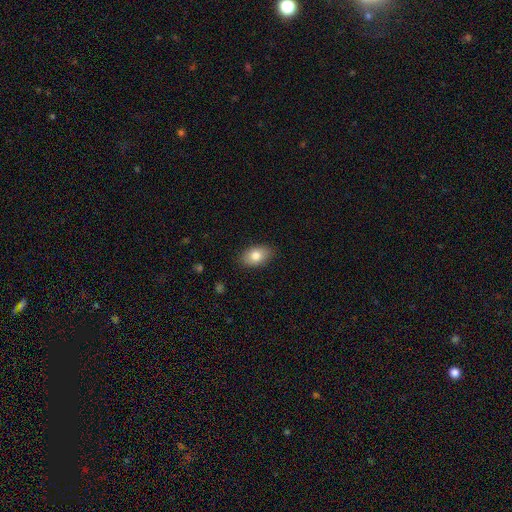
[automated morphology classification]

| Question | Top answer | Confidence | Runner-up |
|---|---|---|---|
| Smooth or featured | smooth | 80% | featured or disk (13%) |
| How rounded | in between | 89% | round (10%) |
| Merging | none | 86% | minor disturbance (11%) |